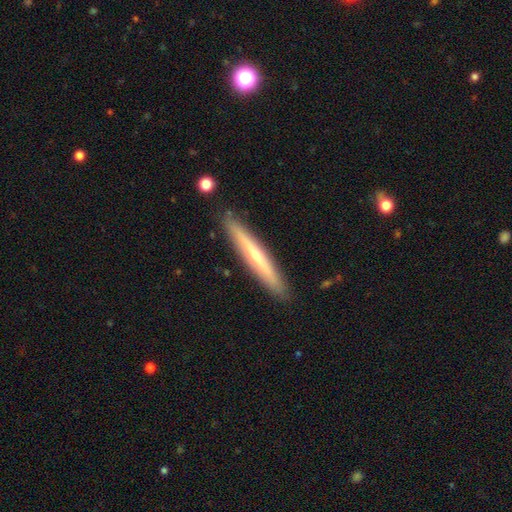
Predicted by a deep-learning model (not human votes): This appears to be a featured or disk galaxy (54%) viewed edge-on (92%). Merging: none (90%).